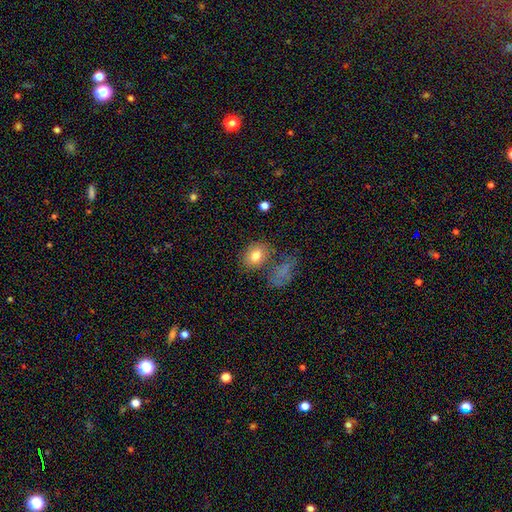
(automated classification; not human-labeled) Morphology: type=smooth (78%); roundness=in between (59%); merging=none (69%).